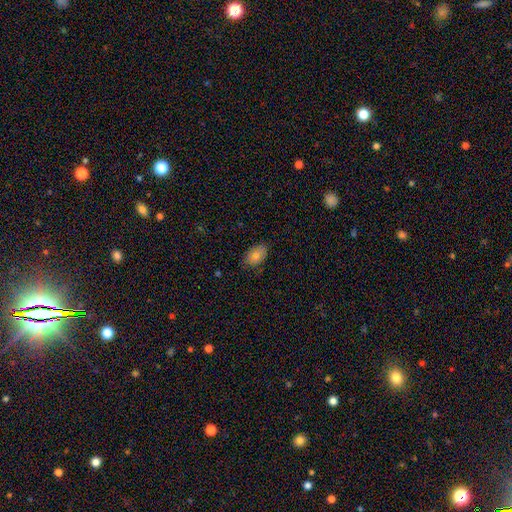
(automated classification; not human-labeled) smooth-or-featured: smooth: 76% | featured or disk: 15% | star or artifact: 9%
  how-rounded: in between: 89% | round: 10% | cigar-shaped: 1%
  merging: none: 80% | minor disturbance: 16% | major disturbance: 3% | merger: 1%